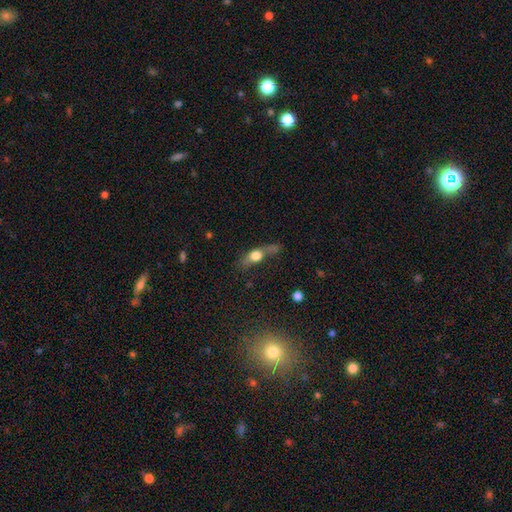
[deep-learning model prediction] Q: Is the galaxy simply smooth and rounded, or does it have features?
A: smooth — 56%.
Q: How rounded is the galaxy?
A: in between — 46%.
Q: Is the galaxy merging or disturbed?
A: none — 43%.